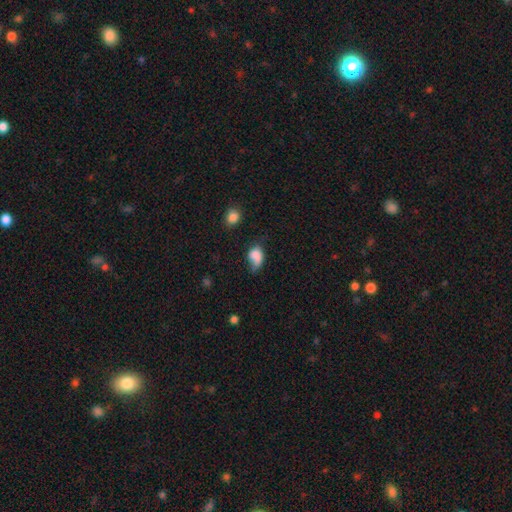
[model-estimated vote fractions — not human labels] This is likely a smooth galaxy (75%). How rounded: likely in between (76%). Merging: marginally minor disturbance (35%).